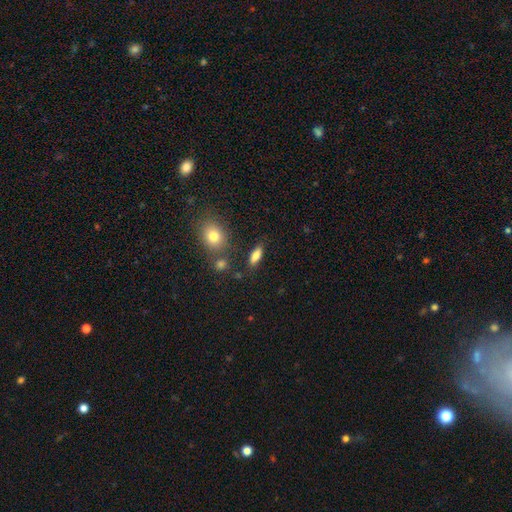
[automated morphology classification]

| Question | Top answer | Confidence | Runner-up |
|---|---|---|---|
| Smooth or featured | smooth | 80% | featured or disk (11%) |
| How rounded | in between | 74% | cigar-shaped (22%) |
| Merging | none | 78% | minor disturbance (13%) |